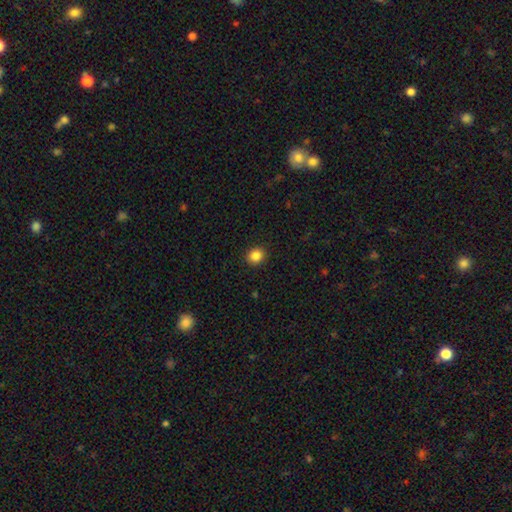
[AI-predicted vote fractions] smooth_or_featured: smooth (p=0.86) [alt: star or artifact p=0.10]
how_rounded: round (p=0.78) [alt: in between p=0.21]
merging: none (p=0.92) [alt: minor disturbance p=0.06]